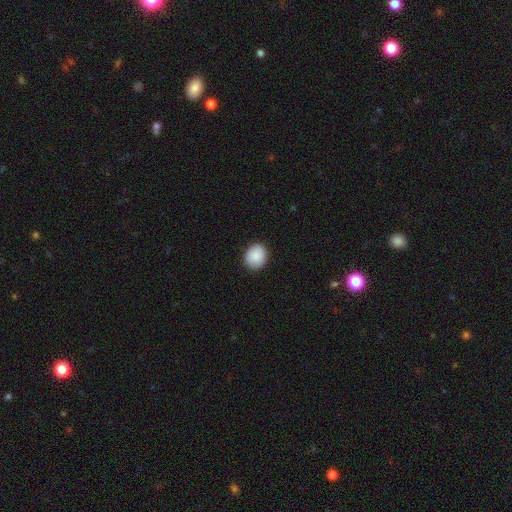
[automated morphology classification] This appears to be a smooth galaxy with no disk features (89%) that is round (65%). Merging: none (88%).